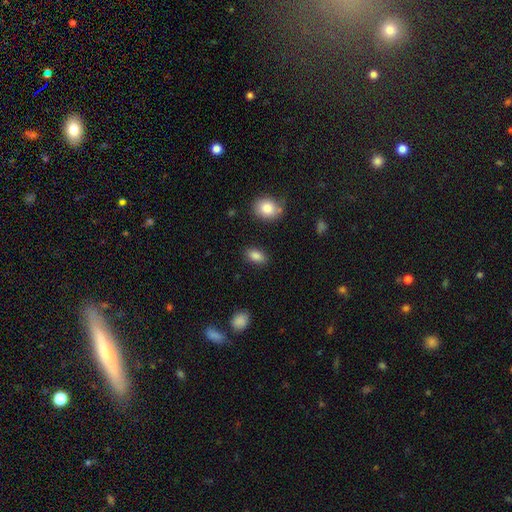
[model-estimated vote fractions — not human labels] Smooth or featured? smooth (87%)
How rounded? in between (90%)
Merging? none (86%)